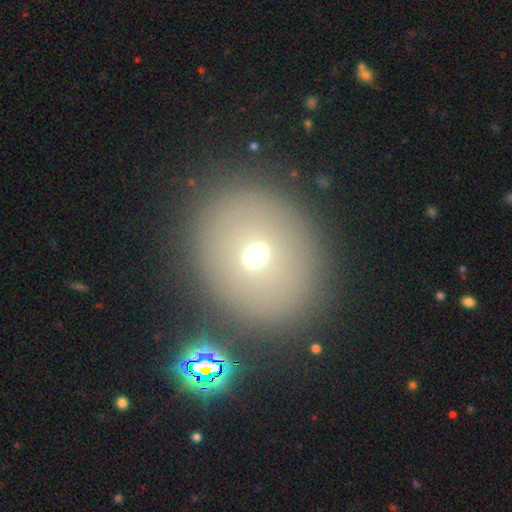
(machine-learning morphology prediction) smooth 64%, star or artifact 19%, featured or disk 16%. Down the decision tree: how rounded — round (73%); merging — none (81%).